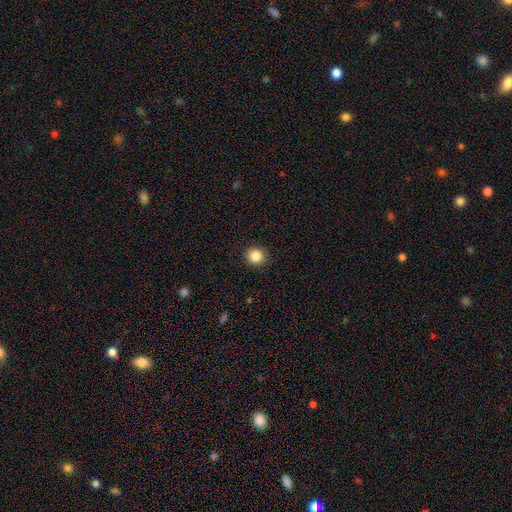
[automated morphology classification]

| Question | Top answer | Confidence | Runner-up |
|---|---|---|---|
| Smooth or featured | smooth | 86% | star or artifact (10%) |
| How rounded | round | 91% | in between (8%) |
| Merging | none | 91% | minor disturbance (6%) |